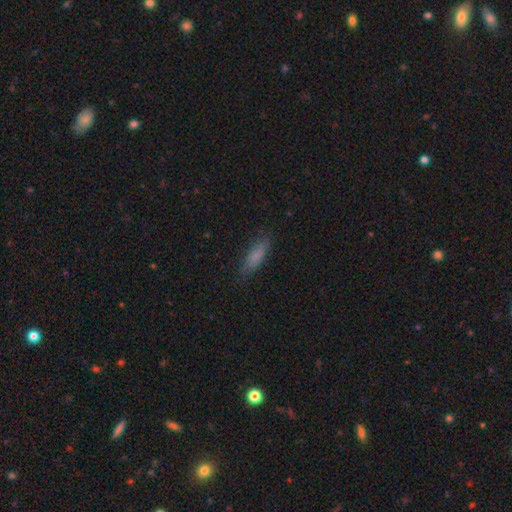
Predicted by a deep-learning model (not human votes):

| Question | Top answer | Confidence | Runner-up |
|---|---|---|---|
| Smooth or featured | smooth | 80% | featured or disk (12%) |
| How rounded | cigar-shaped | 60% | in between (38%) |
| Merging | none | 81% | minor disturbance (15%) |